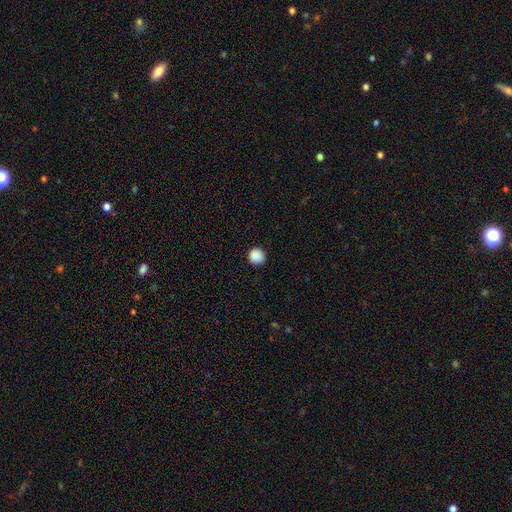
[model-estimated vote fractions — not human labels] A smooth galaxy with no disk features (89%) that is round (94%). Merging: none (91%).